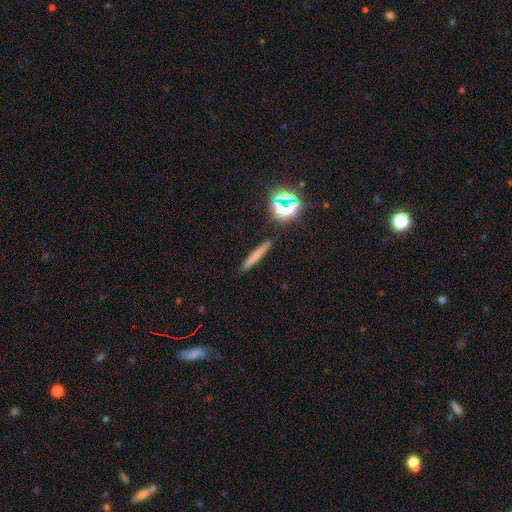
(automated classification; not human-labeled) Morphology: type=smooth (66%); roundness=cigar-shaped (92%); merging=none (89%).